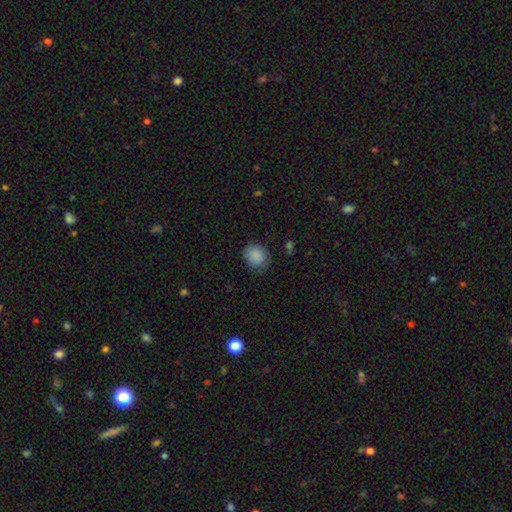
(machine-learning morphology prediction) Smooth or featured? smooth (87%)
How rounded? round (69%)
Merging? none (73%)